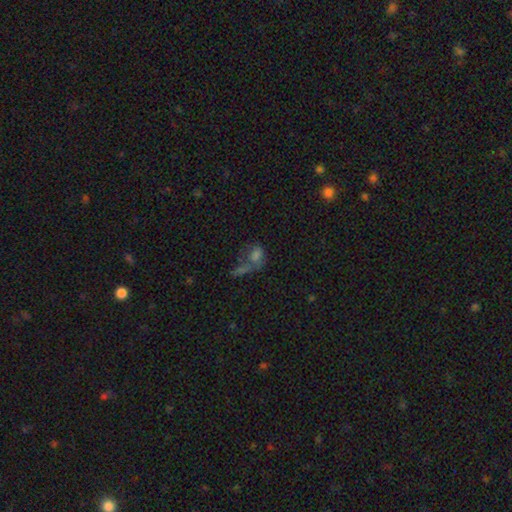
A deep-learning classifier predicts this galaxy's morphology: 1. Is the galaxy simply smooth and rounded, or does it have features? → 57% smooth, 26% star or artifact, 17% featured or disk.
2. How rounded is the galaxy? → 65% in between, 30% round, 5% cigar-shaped.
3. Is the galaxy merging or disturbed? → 39% merger, 32% none, 17% major disturbance, 12% minor disturbance.